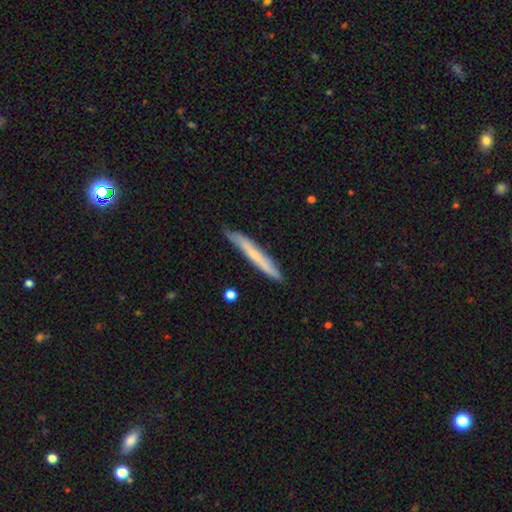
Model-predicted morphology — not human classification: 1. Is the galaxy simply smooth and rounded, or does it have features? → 55% smooth, 39% featured or disk, 6% star or artifact.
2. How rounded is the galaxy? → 96% cigar-shaped, 3% in between, 1% round.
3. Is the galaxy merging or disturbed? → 83% none, 14% minor disturbance, 2% major disturbance, 2% merger.